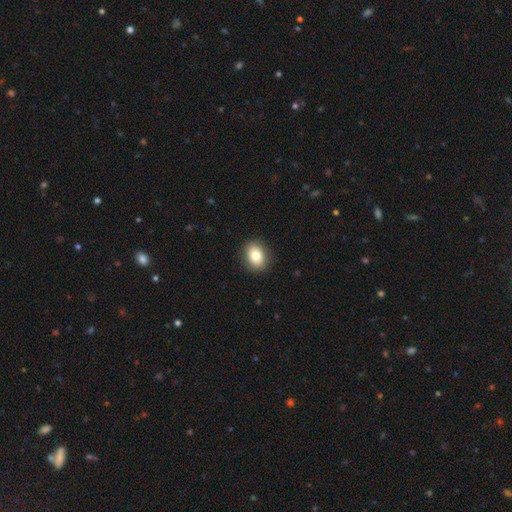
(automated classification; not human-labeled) The model was most divided on "how rounded": in between: 59%, round: 39%, cigar-shaped: 1%. More confident: merging — none (89%); smooth or featured — smooth (81%).